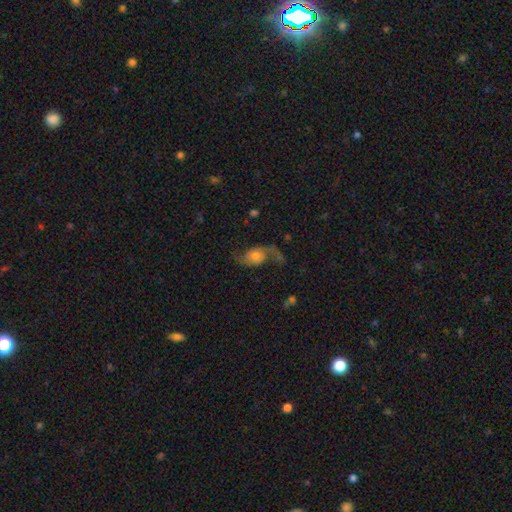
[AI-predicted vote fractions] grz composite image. It shows a featured or disk galaxy (70%) with no bar (74%), 2 (83%) loose (77%) spiral arms (90%) and a moderate central bulge (56%). Merging: none (53%).